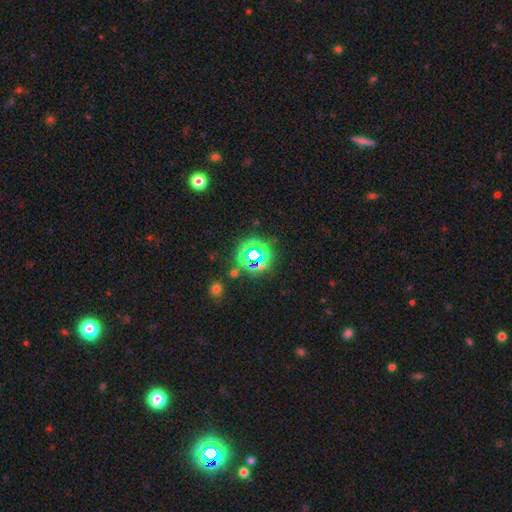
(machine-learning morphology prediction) A star or artifact, not a galaxy (70%).

Vote fractions:
- Smooth or featured? star or artifact: 70% / smooth: 19% / featured or disk: 11%